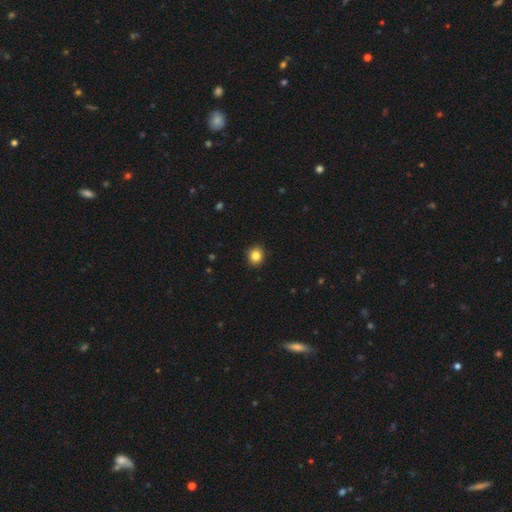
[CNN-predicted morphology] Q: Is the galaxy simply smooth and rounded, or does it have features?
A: smooth — 84%.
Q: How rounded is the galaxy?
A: round — 85%.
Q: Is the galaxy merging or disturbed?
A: none — 91%.